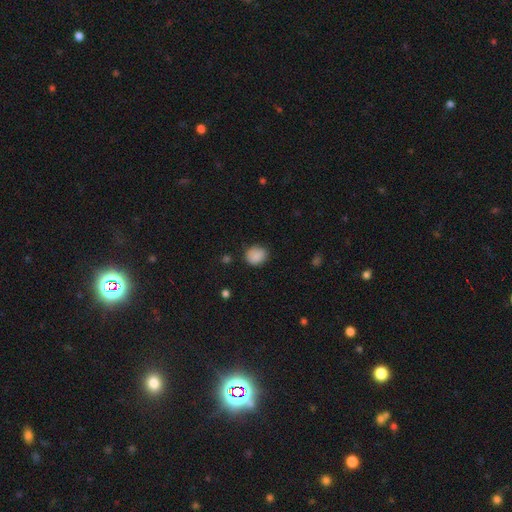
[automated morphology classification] This appears to be a smooth galaxy with no disk features (88%) that is round (69%). Merging: none (83%).